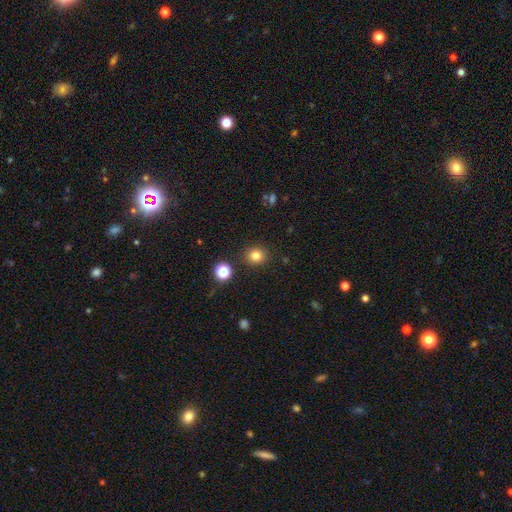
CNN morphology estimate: Smooth or featured: smooth — 81% (star or artifact — 13%)
How rounded: round — 83% (in between — 16%)
Merging: none — 88% (minor disturbance — 7%)